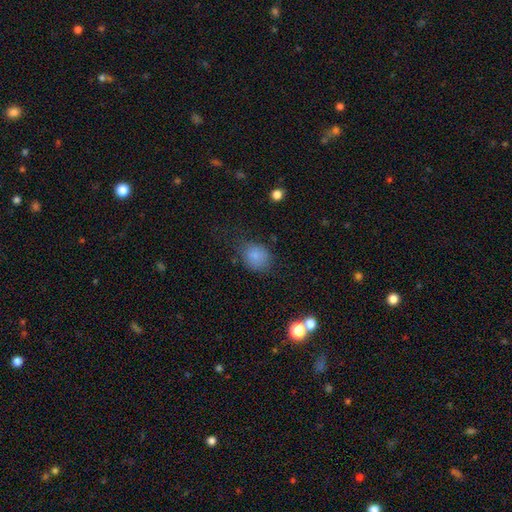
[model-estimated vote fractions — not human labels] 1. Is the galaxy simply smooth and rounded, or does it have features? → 83% smooth, 10% star or artifact, 7% featured or disk.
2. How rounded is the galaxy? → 55% round, 44% in between, 1% cigar-shaped.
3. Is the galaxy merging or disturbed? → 63% none, 25% minor disturbance, 10% major disturbance, 2% merger.